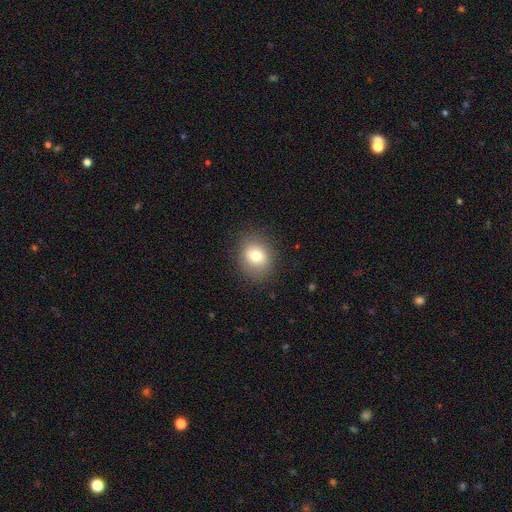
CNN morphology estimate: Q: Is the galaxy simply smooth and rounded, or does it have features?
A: smooth — 77%.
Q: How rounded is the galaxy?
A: round — 62%.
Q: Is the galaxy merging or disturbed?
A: none — 84%.